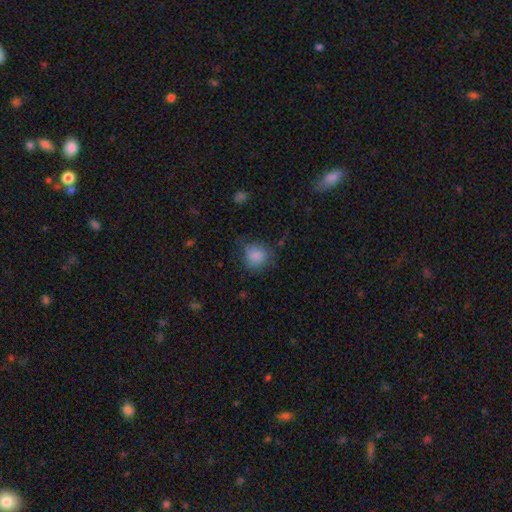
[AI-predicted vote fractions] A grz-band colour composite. It shows a smooth galaxy with no disk features (83%) that is round (77%). Merging: none (62%).